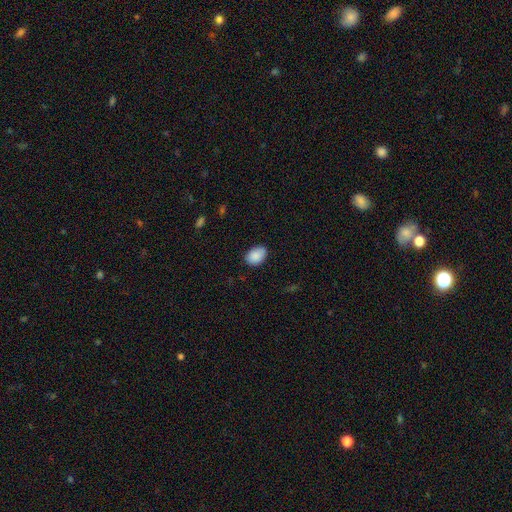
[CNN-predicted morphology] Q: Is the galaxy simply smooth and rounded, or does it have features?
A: smooth — 90%.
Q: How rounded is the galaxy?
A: in between — 84%.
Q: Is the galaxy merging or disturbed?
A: none — 82%.